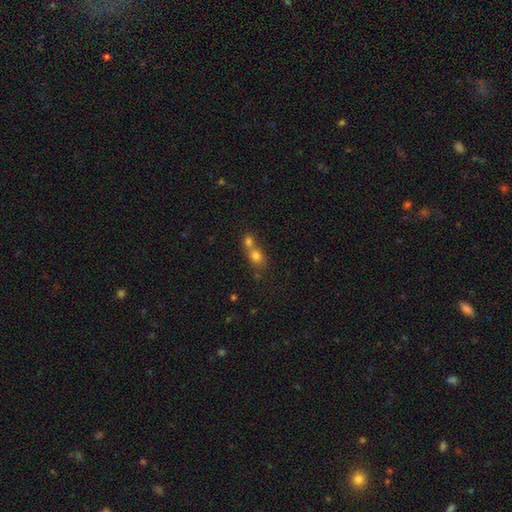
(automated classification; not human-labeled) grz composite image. It shows a smooth galaxy with no disk features (75%) that is round (63%). Merging: merger (64%).